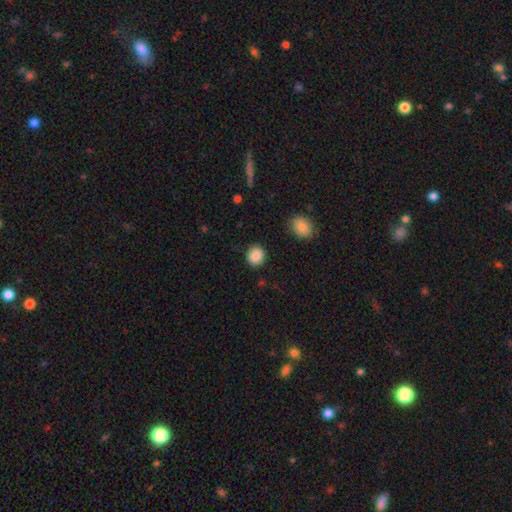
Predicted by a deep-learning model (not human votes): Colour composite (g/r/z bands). It shows a smooth galaxy with no disk features (88%) that is round (74%). Merging: none (89%).